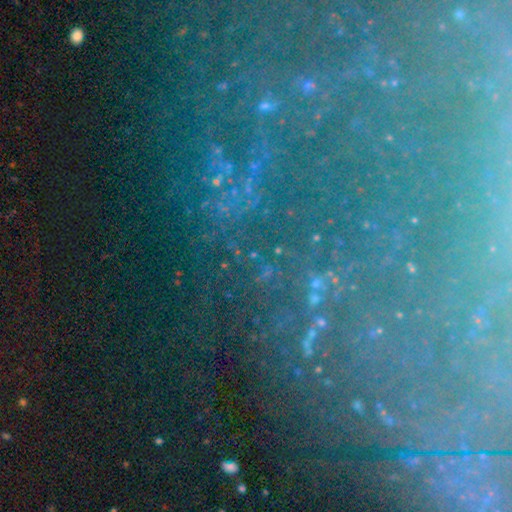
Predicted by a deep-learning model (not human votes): star or artifact 72%, featured or disk 15%, smooth 13%.